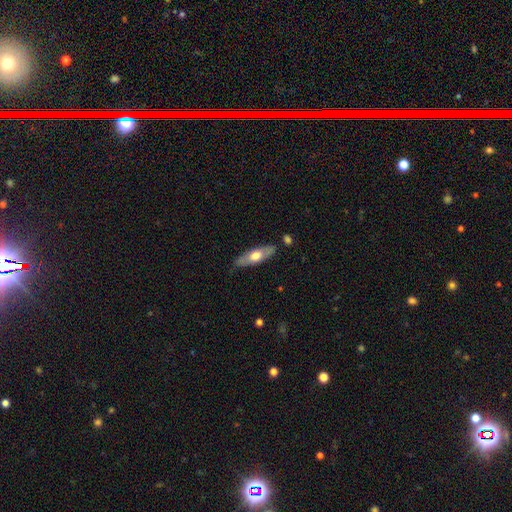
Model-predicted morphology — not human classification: smooth 52%, featured or disk 43%, star or artifact 5%. Down the decision tree: how rounded — in between (51%); merging — none (78%).